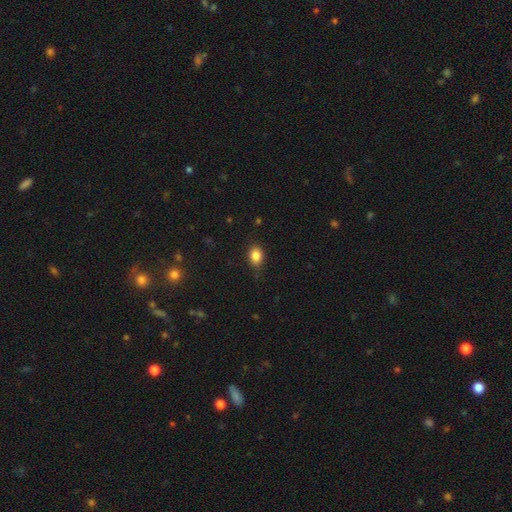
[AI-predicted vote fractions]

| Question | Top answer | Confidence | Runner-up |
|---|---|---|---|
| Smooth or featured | smooth | 86% | star or artifact (9%) |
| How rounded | in between | 66% | round (32%) |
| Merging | none | 79% | minor disturbance (16%) |